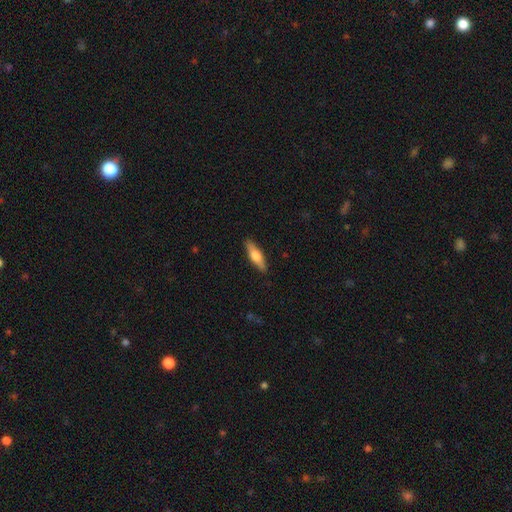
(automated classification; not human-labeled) Overall: smooth (60%; featured or disk 35%). How rounded: cigar-shaped (58%; in between 39%). Merging: none (89%).